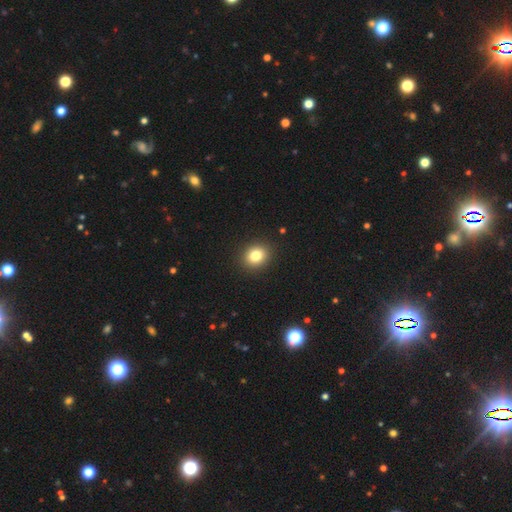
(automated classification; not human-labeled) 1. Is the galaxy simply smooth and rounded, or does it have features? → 82% smooth, 11% star or artifact, 7% featured or disk.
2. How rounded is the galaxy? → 58% round, 41% in between, 1% cigar-shaped.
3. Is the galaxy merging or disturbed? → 91% none, 6% minor disturbance, 2% major disturbance, 1% merger.